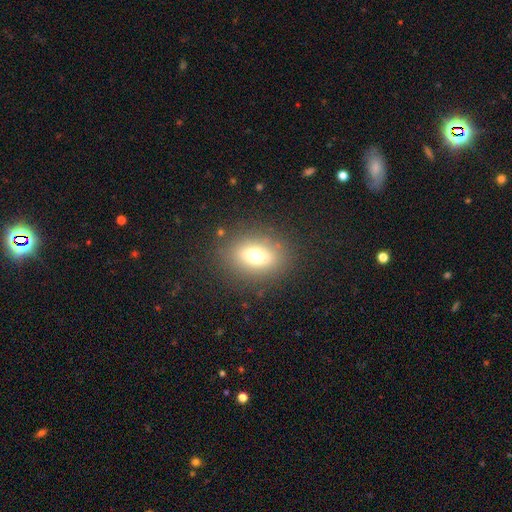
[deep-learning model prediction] A smooth galaxy with no disk features (66%) that is in between round and cigar-shaped (63%).

Vote fractions:
- Smooth or featured? smooth: 66% / featured or disk: 20% / star or artifact: 14%
- How rounded? in between: 63% / round: 34% / cigar-shaped: 3%
- Merging? none: 83% / minor disturbance: 10% / major disturbance: 5% / merger: 2%